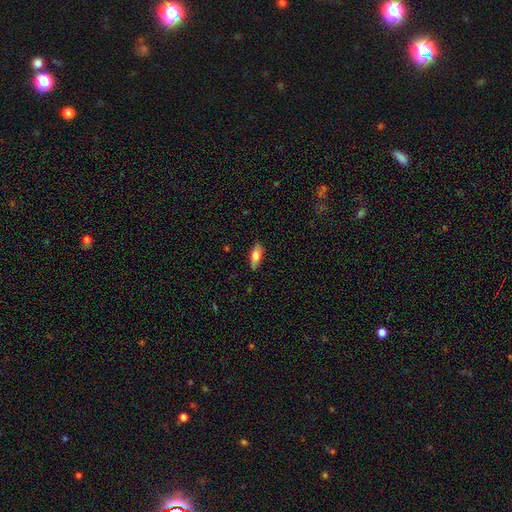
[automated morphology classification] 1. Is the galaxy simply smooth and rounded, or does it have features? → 68% smooth, 25% featured or disk, 6% star or artifact.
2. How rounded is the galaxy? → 71% in between, 26% cigar-shaped, 3% round.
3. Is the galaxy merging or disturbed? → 84% none, 12% minor disturbance, 2% major disturbance, 1% merger.